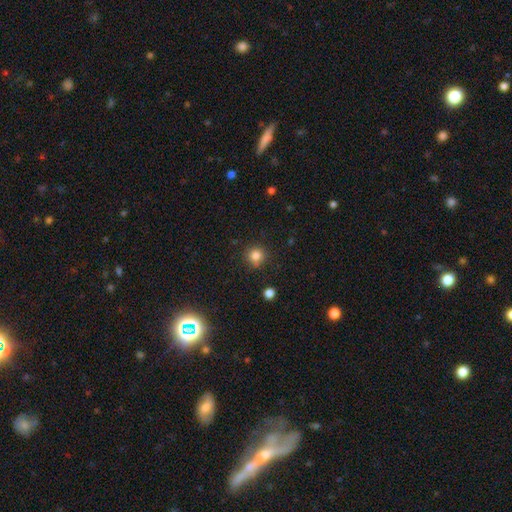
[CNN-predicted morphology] Smooth or featured? smooth (82%)
How rounded? round (91%)
Merging? none (84%)